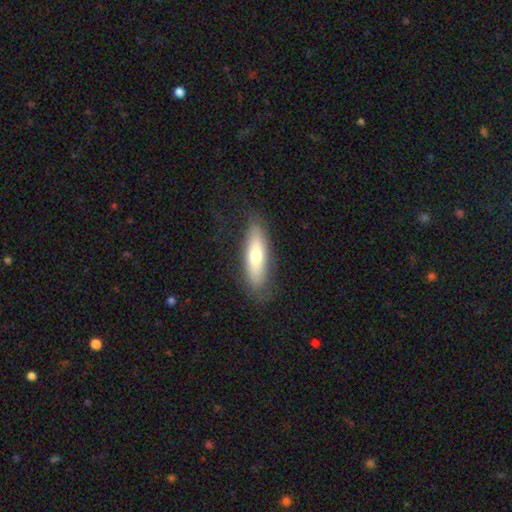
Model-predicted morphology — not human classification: Smooth or featured: smooth — 62% (featured or disk — 32%)
How rounded: cigar-shaped — 50% (in between — 47%)
Merging: none — 80% (minor disturbance — 14%)